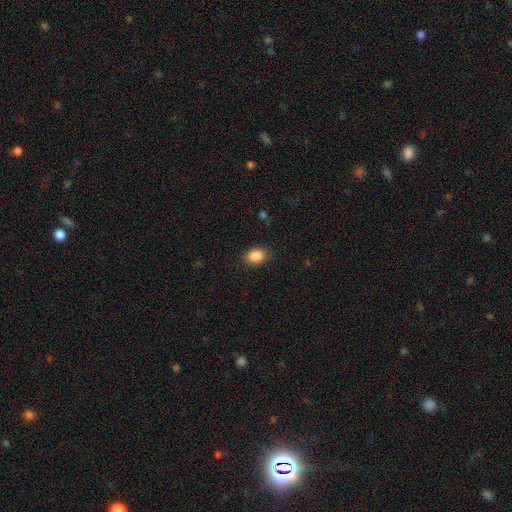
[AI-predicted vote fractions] Q: Smooth or featured?
A: smooth (88%); runner-up: star or artifact (8%)
Q: How rounded?
A: in between (69%); runner-up: round (30%)
Q: Merging?
A: none (87%); runner-up: minor disturbance (9%)